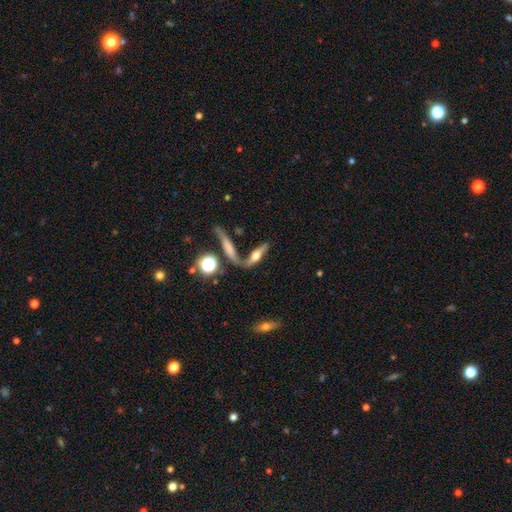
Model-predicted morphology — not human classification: Overall: featured or disk (53%; smooth 37%). Edge-on disk: yes (70%). Merging: none (42%; merger 34%).